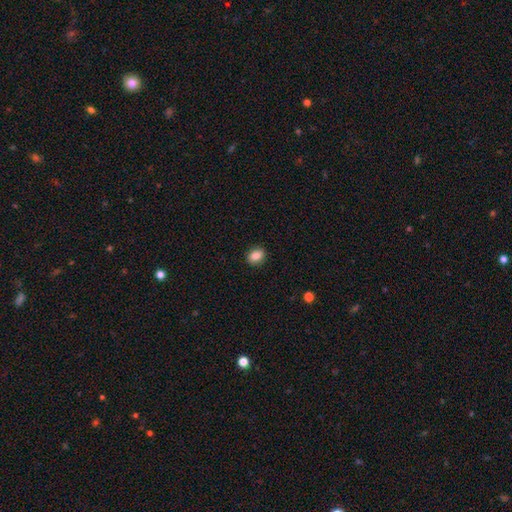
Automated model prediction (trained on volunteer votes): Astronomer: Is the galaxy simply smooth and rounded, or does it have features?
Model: smooth — 85%.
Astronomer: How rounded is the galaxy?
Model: in between — 53% (runner-up: round, 45%).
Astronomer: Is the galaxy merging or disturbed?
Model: none — 89%.